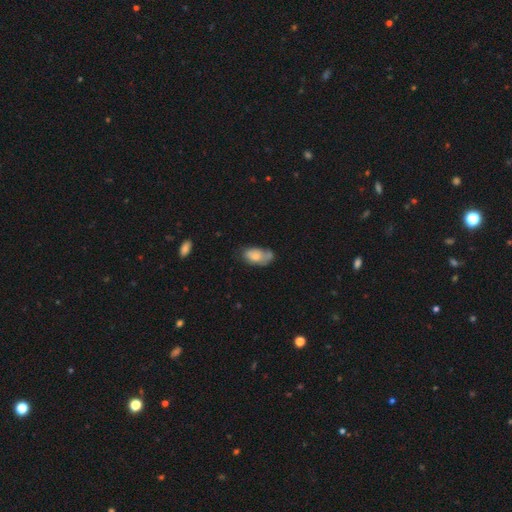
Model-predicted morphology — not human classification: smooth 67%, featured or disk 25%, star or artifact 8%. Down the decision tree: how rounded — in between (92%); merging — none (37%).